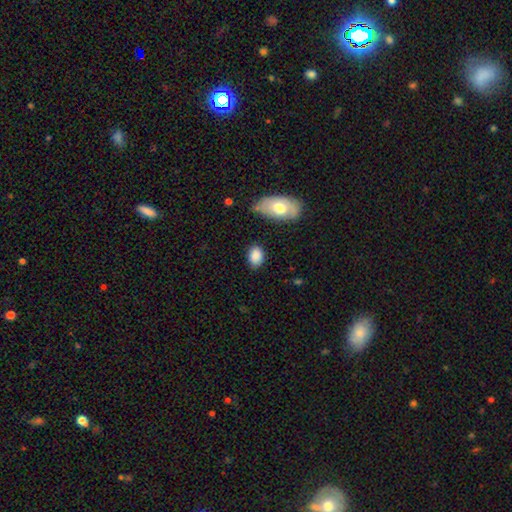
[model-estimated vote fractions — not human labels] Overall: smooth (87%). How rounded: in between (83%). Merging: none (77%).